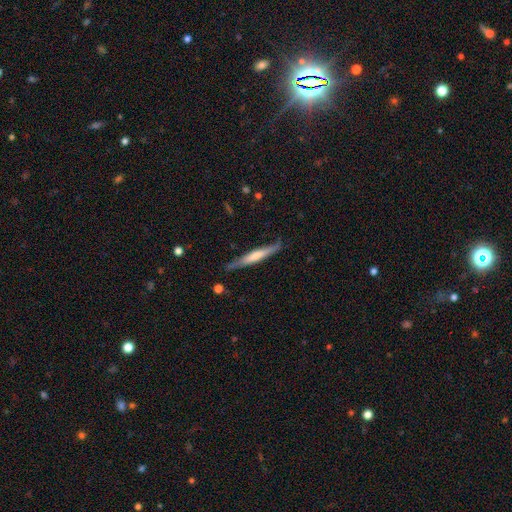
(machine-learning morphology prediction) Smooth or featured?
  - smooth: 49% *
  - featured or disk: 46%
  - star or artifact: 5%
Merging?
  - none: 78% *
  - minor disturbance: 17%
  - major disturbance: 3%
  - merger: 2%